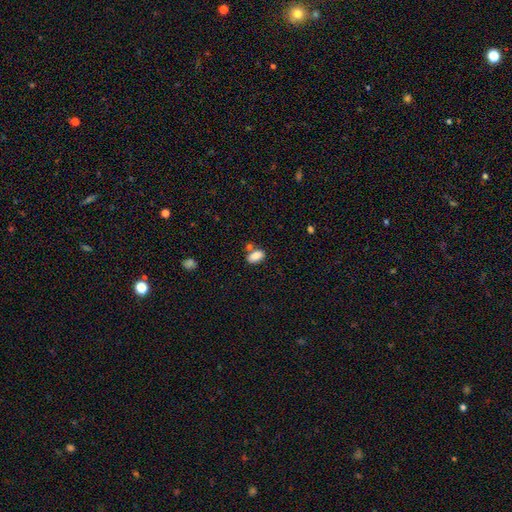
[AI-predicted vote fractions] Overall: smooth (86%). How rounded: in between (91%). Merging: none (64%).